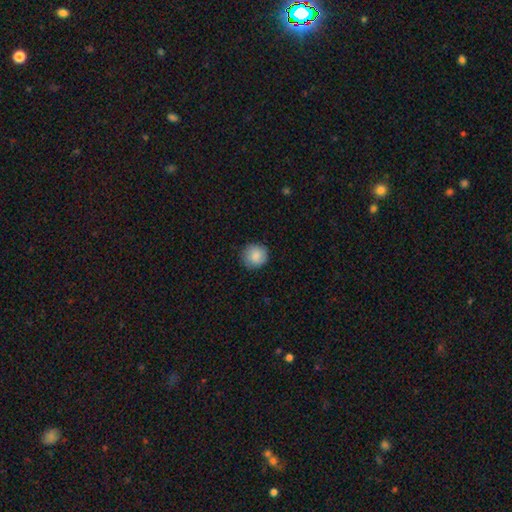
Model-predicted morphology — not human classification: A smooth galaxy with no disk features (87%) that is round (90%). Merging: none (86%).